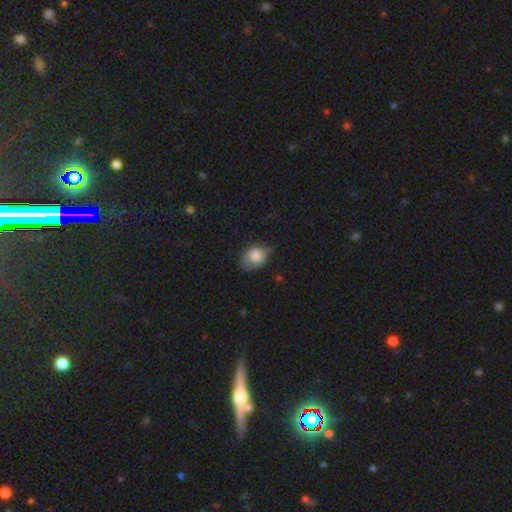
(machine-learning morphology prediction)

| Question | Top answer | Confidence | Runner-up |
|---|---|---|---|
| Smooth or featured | smooth | 74% | featured or disk (18%) |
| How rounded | in between | 62% | round (37%) |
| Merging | minor disturbance | 41% | tied: none (41%) |